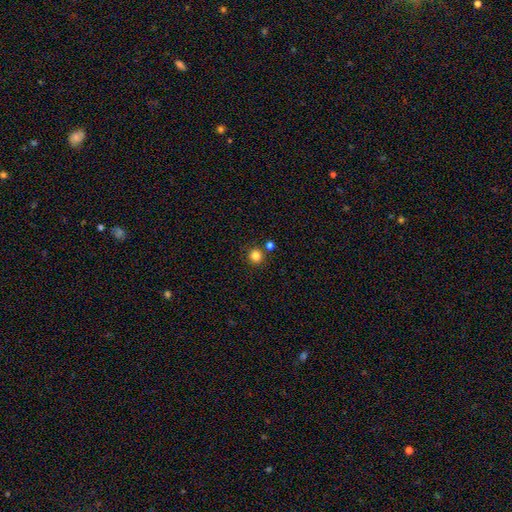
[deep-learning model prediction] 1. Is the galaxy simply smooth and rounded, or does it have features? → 83% smooth, 12% star or artifact, 4% featured or disk.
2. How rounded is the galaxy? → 94% round, 5% in between, 1% cigar-shaped.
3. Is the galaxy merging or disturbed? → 84% none, 8% merger, 6% minor disturbance, 2% major disturbance.